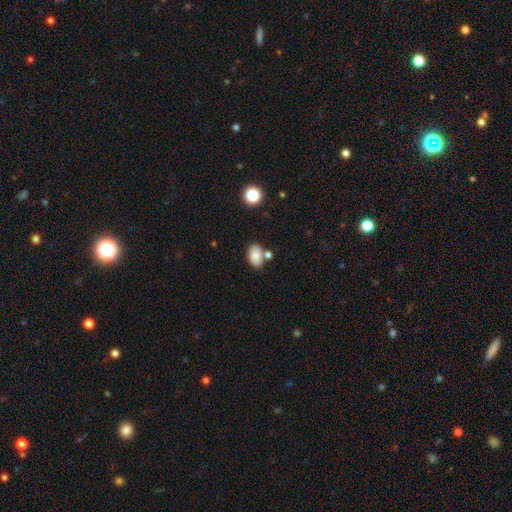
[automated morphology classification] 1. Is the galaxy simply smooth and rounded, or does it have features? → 81% smooth, 10% featured or disk, 9% star or artifact.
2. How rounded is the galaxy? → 87% in between, 12% round, 1% cigar-shaped.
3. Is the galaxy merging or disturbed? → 66% none, 16% merger, 14% minor disturbance, 4% major disturbance.